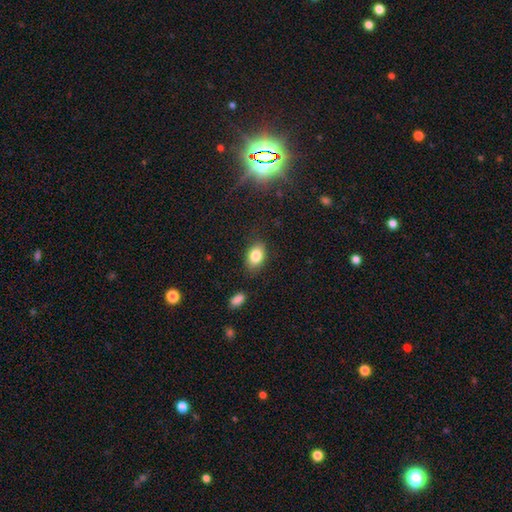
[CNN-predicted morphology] Smooth or featured? smooth (83%)
How rounded? in between (84%)
Merging? none (82%)